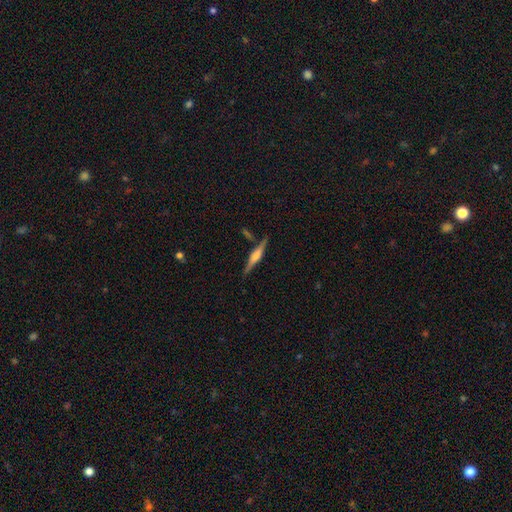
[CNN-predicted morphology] Overall: featured or disk (72%). Edge-on disk: yes (98%). Edge-on bulge: rounded (70%). Merging: none (84%).